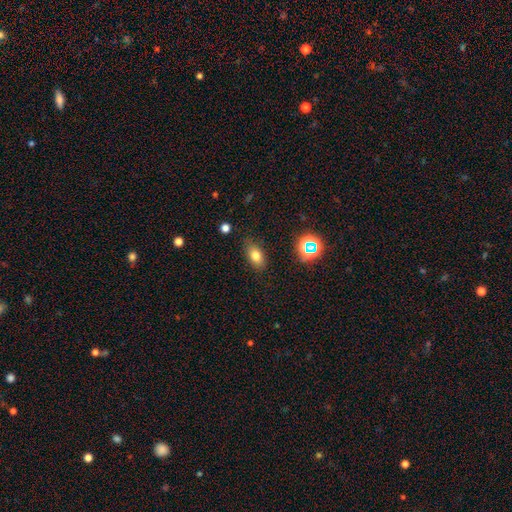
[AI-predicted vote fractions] Q: Smooth or featured?
A: smooth (74%); runner-up: star or artifact (14%)
Q: How rounded?
A: in between (83%); runner-up: round (12%)
Q: Merging?
A: none (81%); runner-up: minor disturbance (13%)